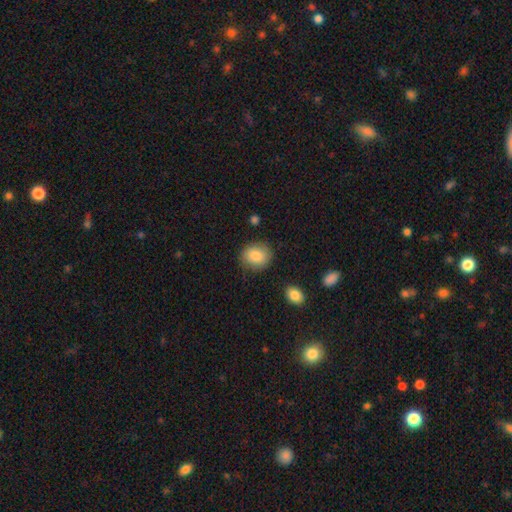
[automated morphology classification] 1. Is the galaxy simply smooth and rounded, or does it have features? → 86% smooth, 7% star or artifact, 6% featured or disk.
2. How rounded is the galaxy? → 64% round, 35% in between, 1% cigar-shaped.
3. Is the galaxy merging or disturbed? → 82% none, 13% minor disturbance, 3% major disturbance, 2% merger.